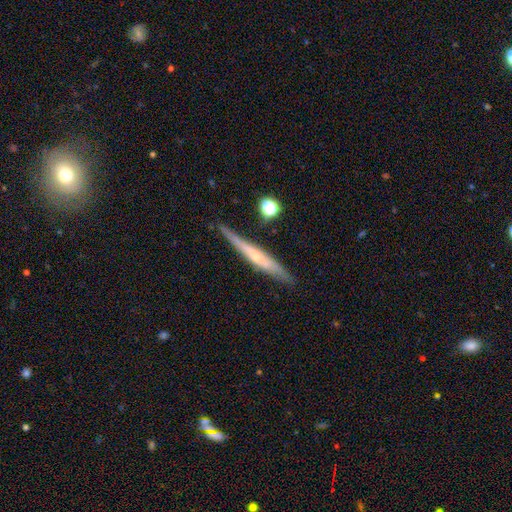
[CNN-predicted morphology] Smooth or featured? featured or disk (61%)
Edge-on disk? yes (94%)
Edge-on bulge? rounded (47%)
Merging? none (81%)